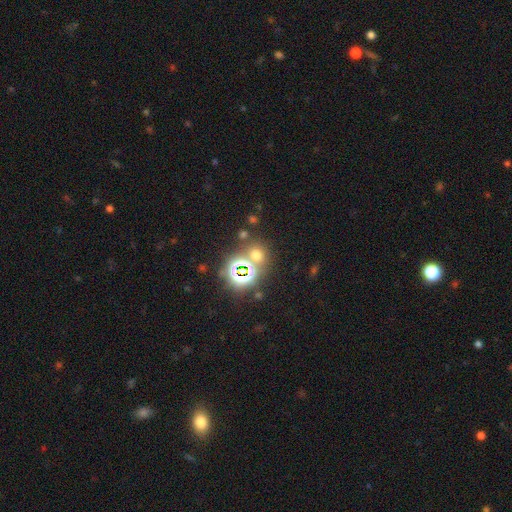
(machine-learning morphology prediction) smooth 47%, star or artifact 45%, featured or disk 8%. Down the decision tree: merging — none (71%).